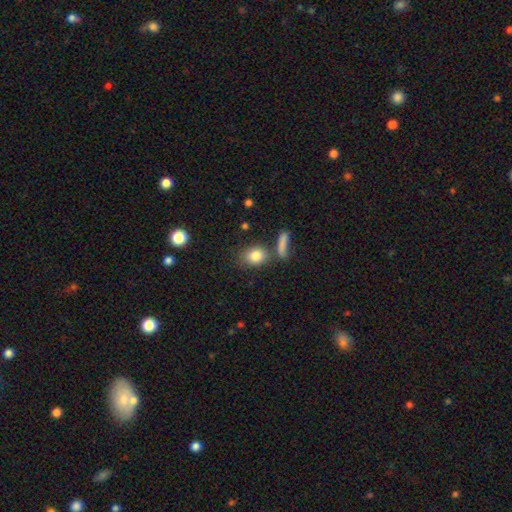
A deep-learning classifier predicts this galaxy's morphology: smooth-or-featured: smooth: 83% | star or artifact: 9% | featured or disk: 8%
  how-rounded: in between: 50% | round: 46% | cigar-shaped: 4%
  merging: none: 67% | merger: 15% | minor disturbance: 12% | major disturbance: 5%